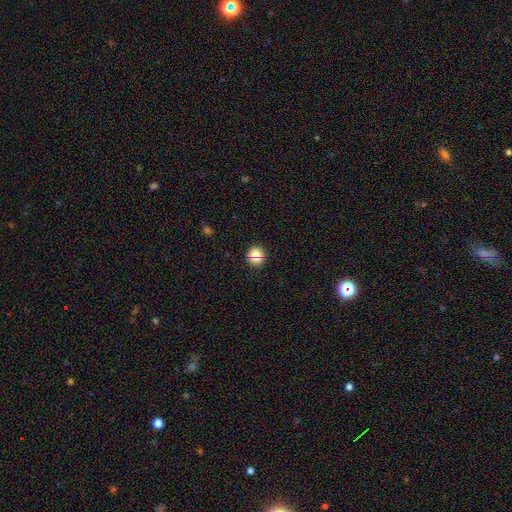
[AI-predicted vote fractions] Overall: smooth (79%). How rounded: round (91%). Merging: none (86%).